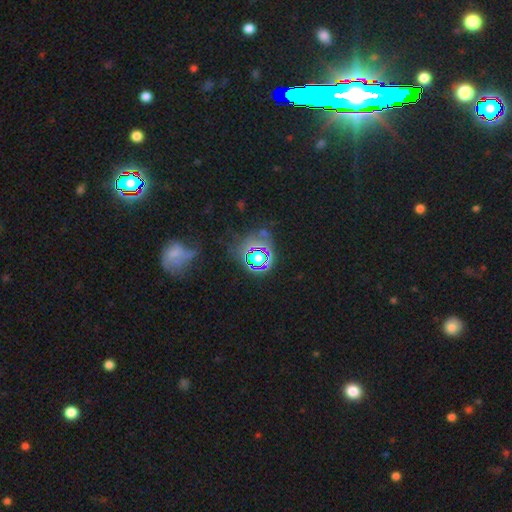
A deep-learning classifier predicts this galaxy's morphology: Overall: star or artifact (66%).